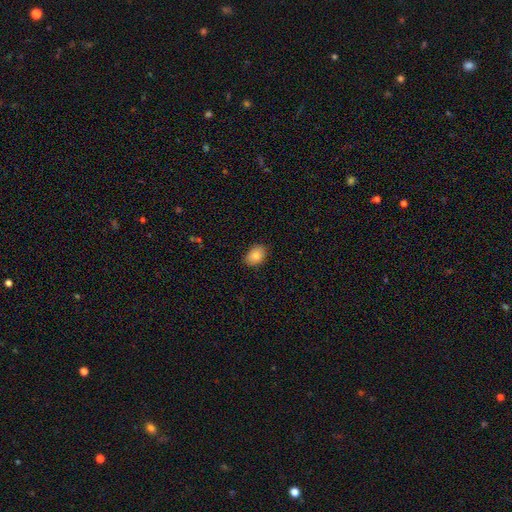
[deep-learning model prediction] smooth-or-featured: smooth: 84% | star or artifact: 8% | featured or disk: 8%
  how-rounded: in between: 76% | round: 23% | cigar-shaped: 1%
  merging: none: 84% | minor disturbance: 12% | major disturbance: 2% | merger: 1%